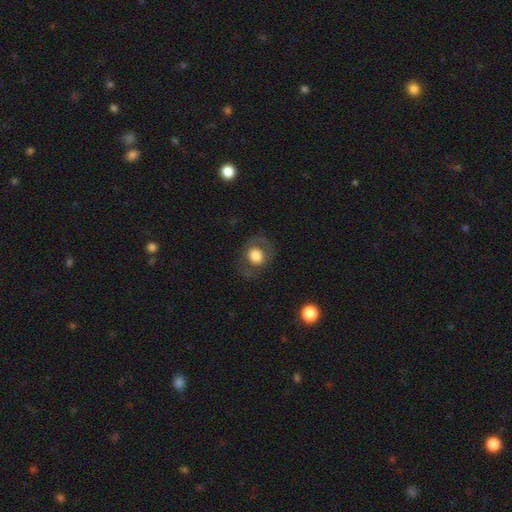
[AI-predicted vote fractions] Smooth or featured? smooth (67%)
How rounded? round (71%)
Merging? none (77%)